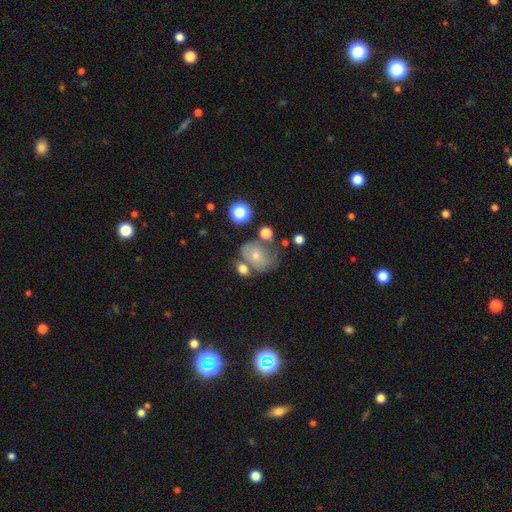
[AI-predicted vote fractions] This is possibly a smooth galaxy (53%). How rounded: possibly round (50%). Merging: marginally none (39%).